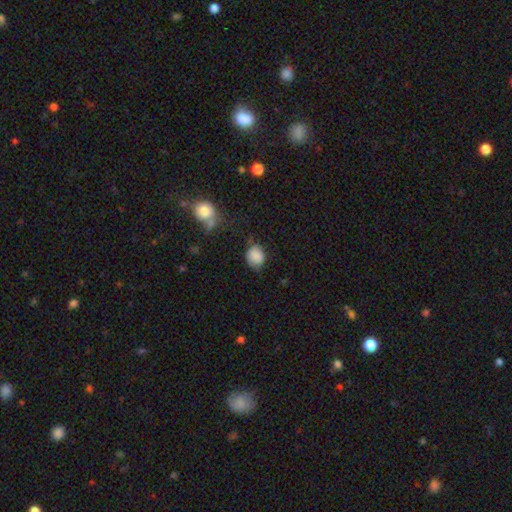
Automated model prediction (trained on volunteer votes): Smooth or featured? Predicted: smooth (p=0.84). How rounded? Predicted: round (p=0.63). Merging? Predicted: none (p=0.63).